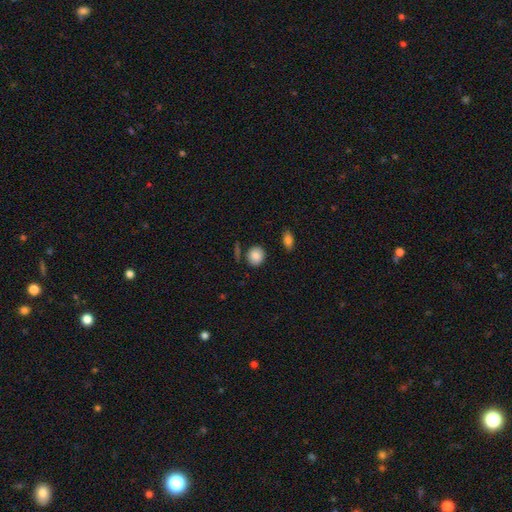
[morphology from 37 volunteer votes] Volunteers were most divided on "smooth or featured": smooth: 86%, featured or disk: 8%, star or artifact: 5%. More confident: how rounded — round (94%); merging — none (89%).